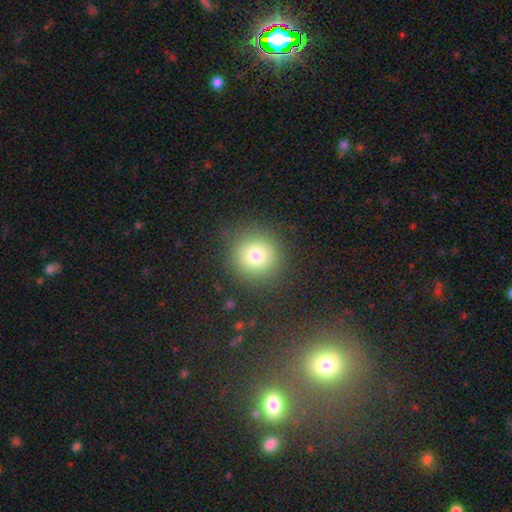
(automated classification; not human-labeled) Smooth or featured: smooth — 77% (star or artifact — 13%)
How rounded: round — 93% (in between — 6%)
Merging: none — 85% (minor disturbance — 9%)